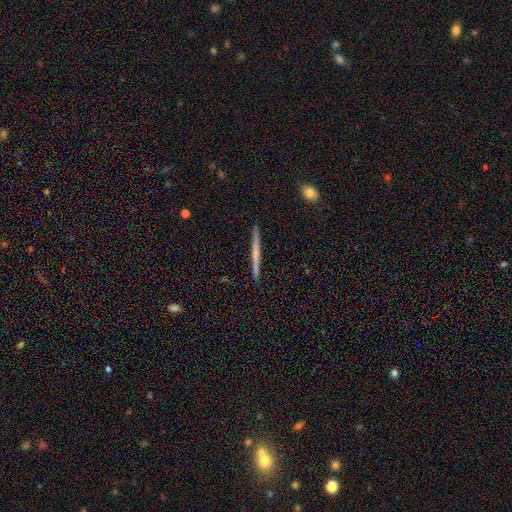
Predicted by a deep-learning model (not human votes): This appears to be a smooth galaxy with no disk features (48%). Merging: none (92%).